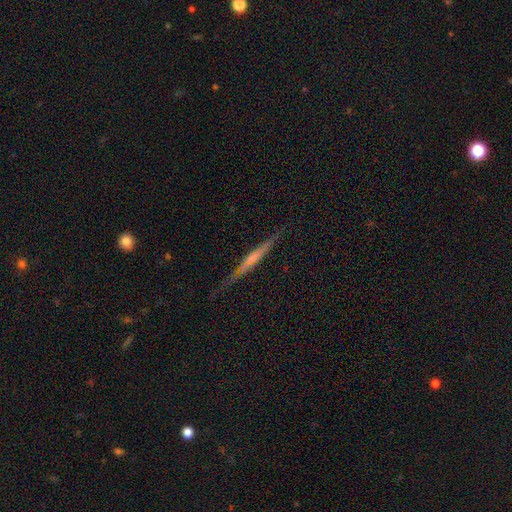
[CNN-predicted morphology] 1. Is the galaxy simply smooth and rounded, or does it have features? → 64% featured or disk, 29% smooth, 6% star or artifact.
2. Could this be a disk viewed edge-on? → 97% yes, 3% no.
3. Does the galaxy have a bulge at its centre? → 54% none, 34% rounded, 12% boxy.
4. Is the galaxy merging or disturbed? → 85% none, 12% minor disturbance, 2% major disturbance, 1% merger.